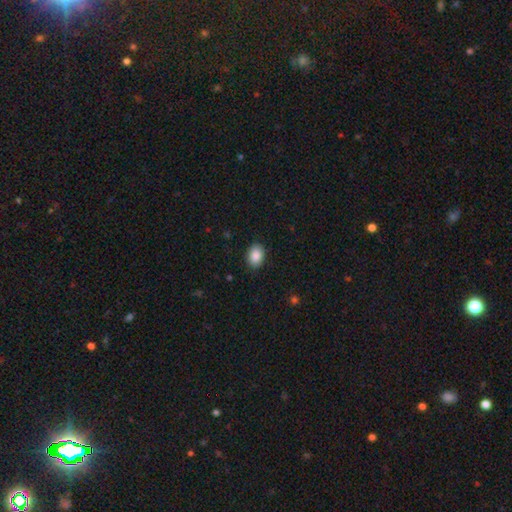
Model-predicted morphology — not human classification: smooth_or_featured: smooth (p=0.89) [alt: star or artifact p=0.07]
how_rounded: in between (p=0.82) [alt: round p=0.17]
merging: none (p=0.88) [alt: minor disturbance p=0.09]